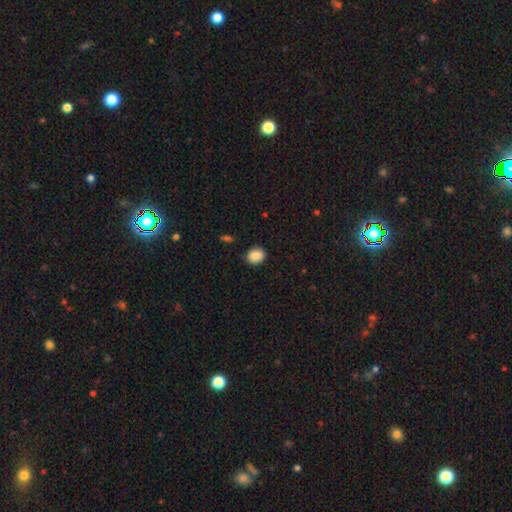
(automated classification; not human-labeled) smooth_or_featured: smooth (p=0.87) [alt: star or artifact p=0.09]
how_rounded: round (p=0.65) [alt: in between p=0.34]
merging: none (p=0.89) [alt: minor disturbance p=0.08]